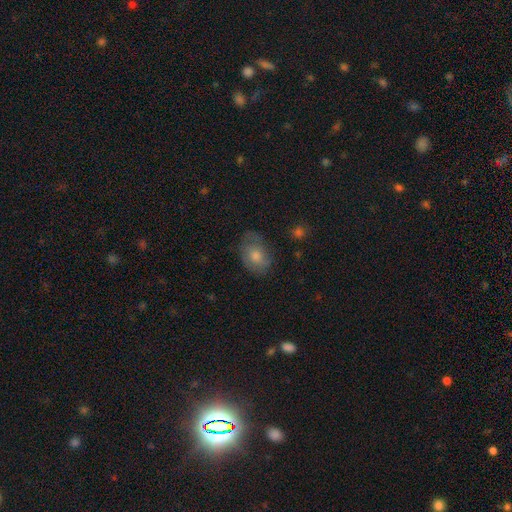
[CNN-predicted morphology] Overall: smooth (55%; featured or disk 33%). How rounded: in between (75%). Merging: none (71%).